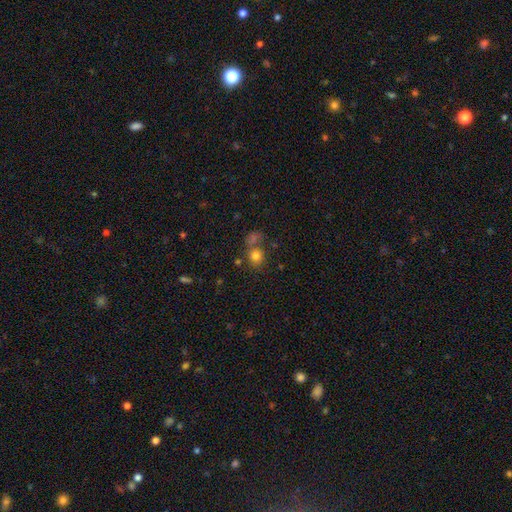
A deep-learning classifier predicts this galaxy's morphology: Smooth or featured?
  - smooth: 78% *
  - star or artifact: 14%
  - featured or disk: 8%
How rounded?
  - round: 81% *
  - in between: 18%
  - cigar-shaped: 1%
Merging?
  - none: 60% *
  - merger: 25%
  - minor disturbance: 10%
  - major disturbance: 5%